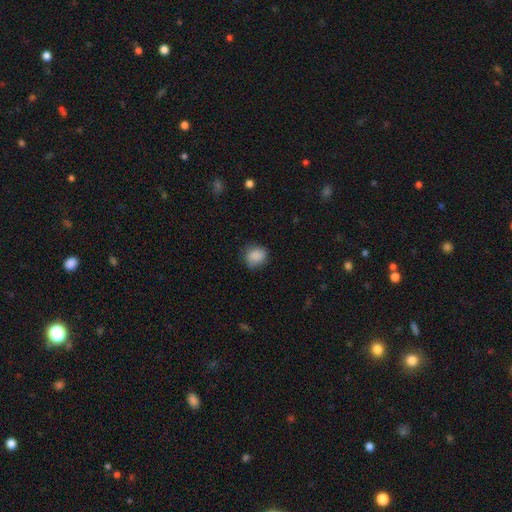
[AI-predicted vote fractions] smooth 87%, star or artifact 8%, featured or disk 5%. Down the decision tree: how rounded — round (64%); merging — none (74%).